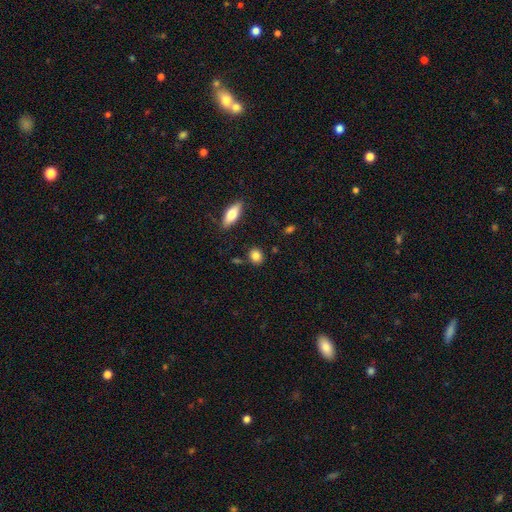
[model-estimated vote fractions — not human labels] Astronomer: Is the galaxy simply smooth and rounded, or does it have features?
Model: smooth — 84%.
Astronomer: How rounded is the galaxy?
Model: round — 66%.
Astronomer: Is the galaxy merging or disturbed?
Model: none — 84%.